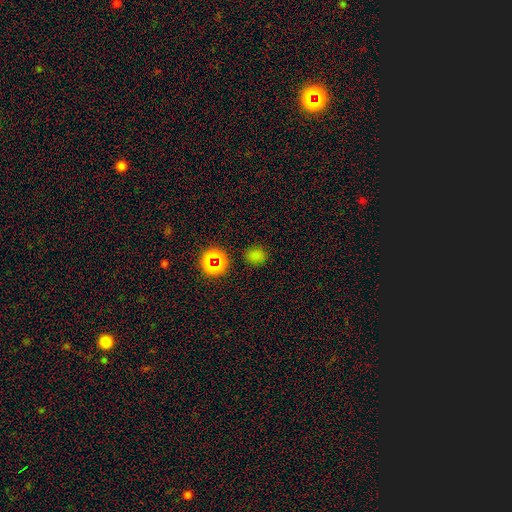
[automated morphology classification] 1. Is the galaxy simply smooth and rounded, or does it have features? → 69% smooth, 26% star or artifact, 4% featured or disk.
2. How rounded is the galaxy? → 71% round, 28% in between, 1% cigar-shaped.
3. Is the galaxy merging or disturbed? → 86% none, 9% minor disturbance, 3% major disturbance, 2% merger.